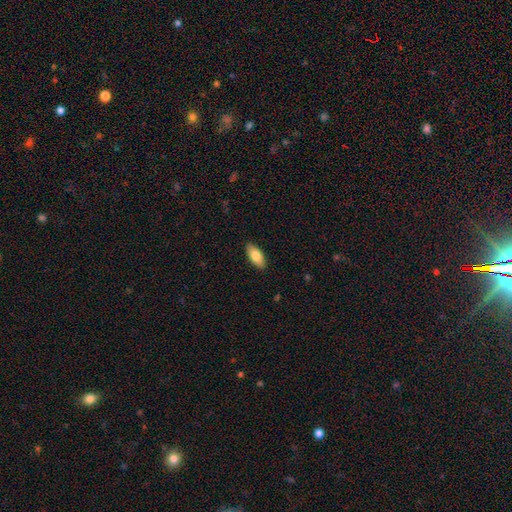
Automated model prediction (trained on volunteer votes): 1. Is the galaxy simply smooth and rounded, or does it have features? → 80% smooth, 14% featured or disk, 6% star or artifact.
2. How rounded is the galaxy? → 87% in between, 11% cigar-shaped, 2% round.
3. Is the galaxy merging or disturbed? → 89% none, 8% minor disturbance, 2% major disturbance, 1% merger.